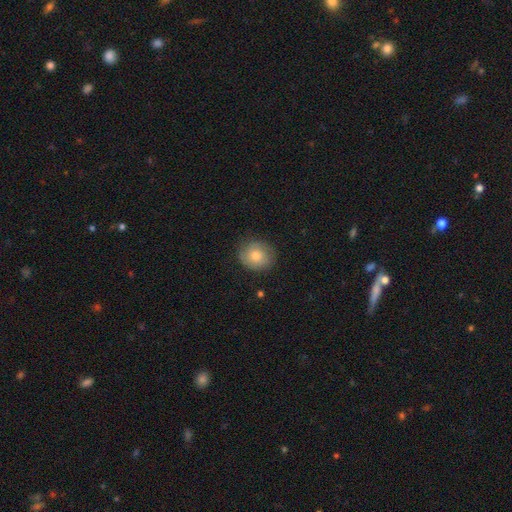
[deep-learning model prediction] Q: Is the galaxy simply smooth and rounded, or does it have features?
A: smooth — 67%.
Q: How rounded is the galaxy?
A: round — 80%.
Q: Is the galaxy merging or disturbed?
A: none — 82%.